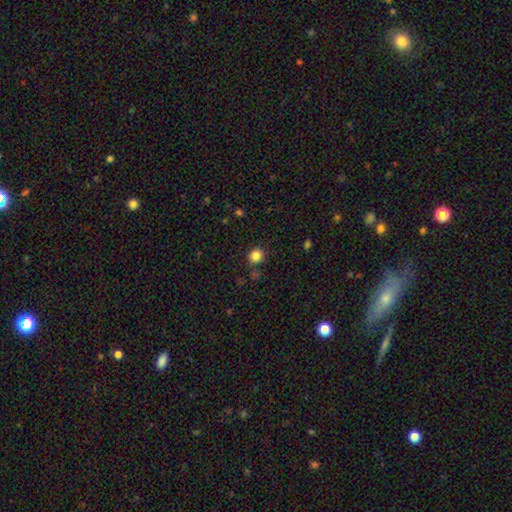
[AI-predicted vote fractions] The model was most divided on "smooth or featured": smooth: 83%, star or artifact: 12%, featured or disk: 4%. More confident: merging — none (86%); how rounded — round (86%).